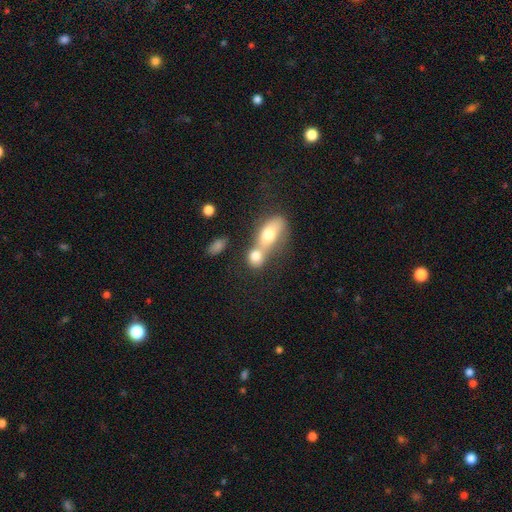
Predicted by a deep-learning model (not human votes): Smooth or featured?
  - smooth: 75% *
  - featured or disk: 16%
  - star or artifact: 9%
How rounded?
  - in between: 57% *
  - round: 38%
  - cigar-shaped: 5%
Merging?
  - merger: 69% *
  - none: 20%
  - minor disturbance: 6%
  - major disturbance: 5%